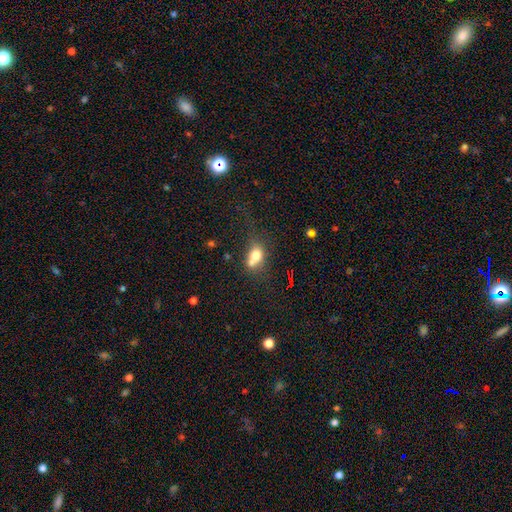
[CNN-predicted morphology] A smooth galaxy with no disk features (70%) that is in between round and cigar-shaped (67%).

Vote fractions:
- Smooth or featured? smooth: 70% / featured or disk: 18% / star or artifact: 11%
- How rounded? in between: 67% / round: 29% / cigar-shaped: 4%
- Merging? merger: 36% / none: 32% / minor disturbance: 19% / major disturbance: 13%